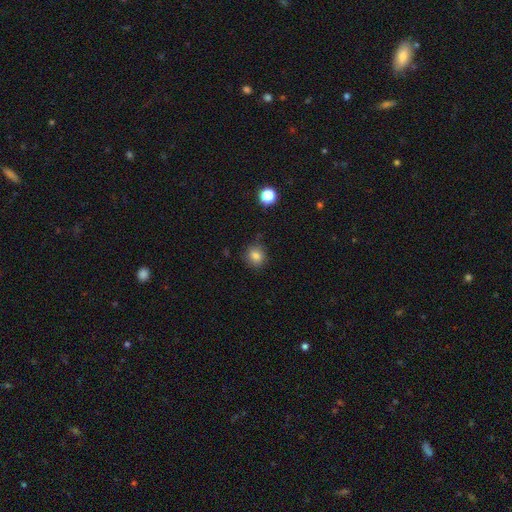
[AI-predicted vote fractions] smooth-or-featured: smooth: 81% | star or artifact: 12% | featured or disk: 6%
  how-rounded: round: 85% | in between: 14% | cigar-shaped: 1%
  merging: none: 82% | minor disturbance: 13% | major disturbance: 3% | merger: 2%